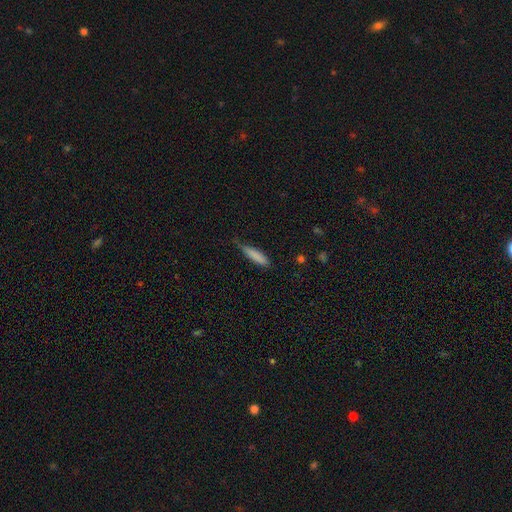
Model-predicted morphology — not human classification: A smooth galaxy with no disk features (82%) that is cigar-shaped (82%). Merging: none (59%).